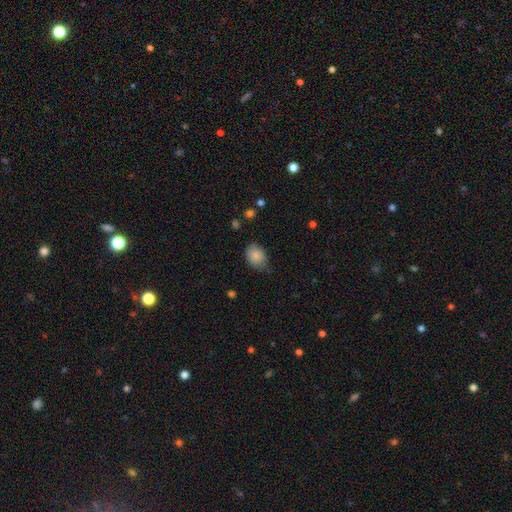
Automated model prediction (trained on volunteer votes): A smooth galaxy with no disk features (87%) that is in between round and cigar-shaped (71%).

Vote fractions:
- Smooth or featured? smooth: 87% / star or artifact: 7% / featured or disk: 6%
- How rounded? in between: 71% / round: 28% / cigar-shaped: 1%
- Merging? none: 69% / minor disturbance: 25% / major disturbance: 4% / merger: 2%